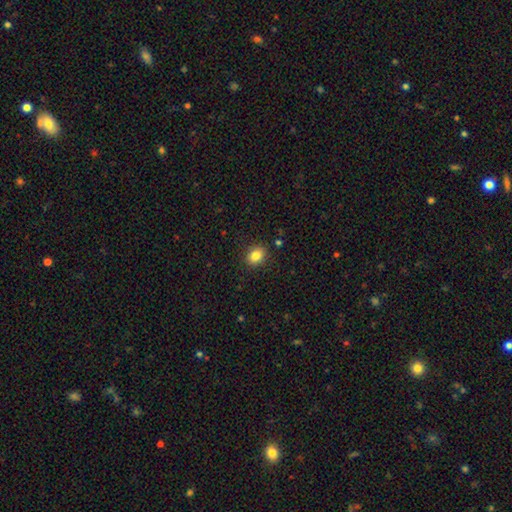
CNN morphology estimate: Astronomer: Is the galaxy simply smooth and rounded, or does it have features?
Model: smooth — 84%.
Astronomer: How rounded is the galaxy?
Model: in between — 59% (runner-up: round, 40%).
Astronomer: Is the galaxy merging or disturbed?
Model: none — 88%.